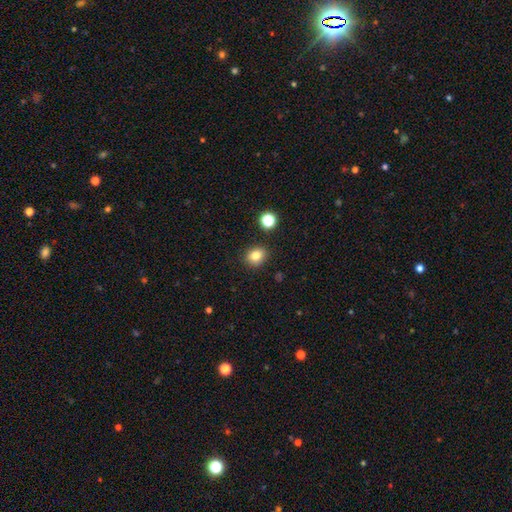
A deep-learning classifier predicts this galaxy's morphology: Q: Smooth or featured?
A: smooth (82%); runner-up: star or artifact (12%)
Q: How rounded?
A: round (60%); runner-up: in between (39%)
Q: Merging?
A: none (87%); runner-up: minor disturbance (8%)